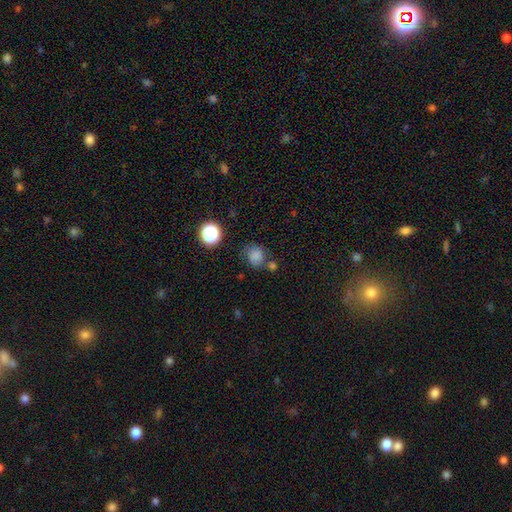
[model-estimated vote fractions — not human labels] The model was most divided on "merging": none: 64%, minor disturbance: 19%, merger: 11%, major disturbance: 7%. More confident: how rounded — round (81%); smooth or featured — smooth (78%).